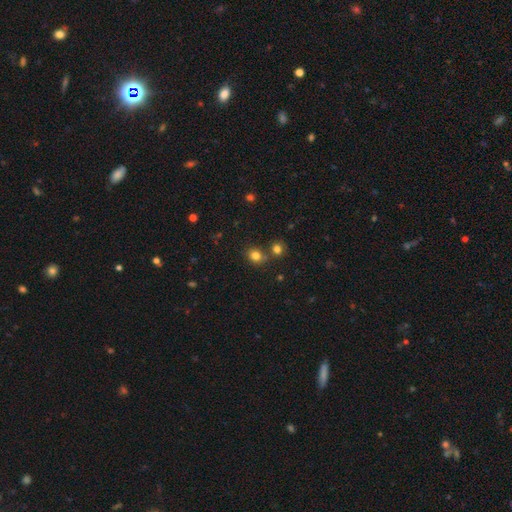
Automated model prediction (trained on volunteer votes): Smooth or featured? smooth (79%)
How rounded? round (71%)
Merging? none (67%)